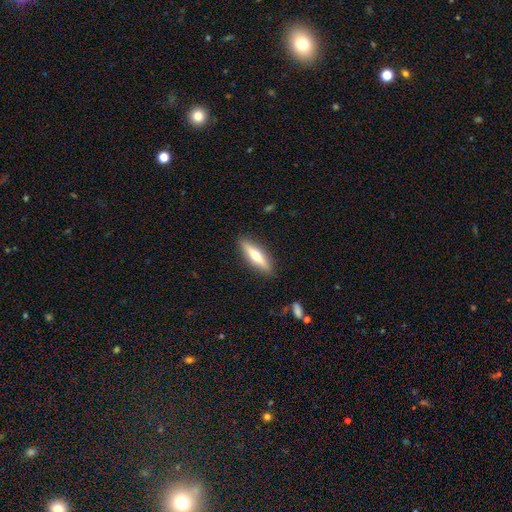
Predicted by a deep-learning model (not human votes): Smooth or featured?
  - smooth: 50% *
  - featured or disk: 44%
  - star or artifact: 6%
How rounded?
  - cigar-shaped: 74% *
  - in between: 25%
  - round: 2%
Merging?
  - none: 89% *
  - minor disturbance: 8%
  - major disturbance: 2%
  - merger: 1%